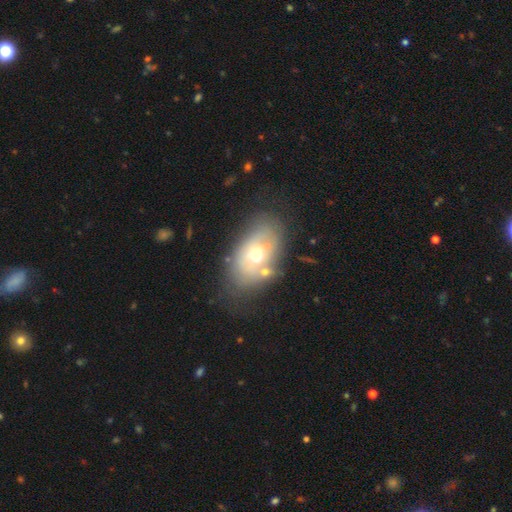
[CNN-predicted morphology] Overall: smooth (50%; featured or disk 40%). How rounded: in between (85%). Merging: none (58%; minor disturbance 21%).